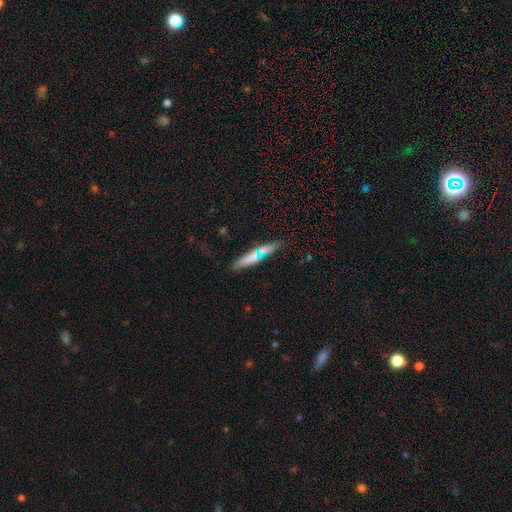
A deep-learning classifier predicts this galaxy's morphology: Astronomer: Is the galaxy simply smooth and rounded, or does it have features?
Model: smooth — 47% (runner-up: featured or disk, 42%).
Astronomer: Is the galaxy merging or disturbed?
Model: none — 74%.